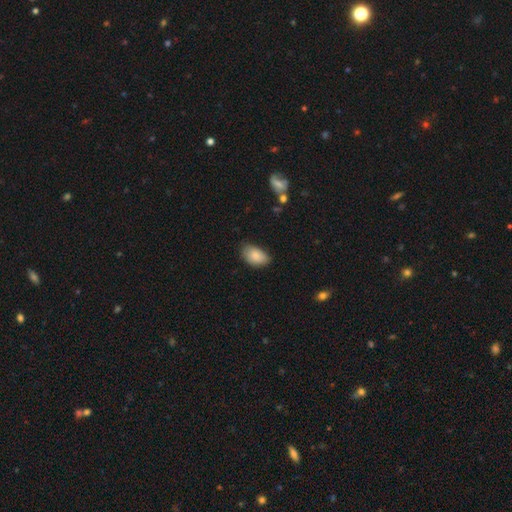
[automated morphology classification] Smooth or featured? smooth (86%)
How rounded? in between (92%)
Merging? none (72%)